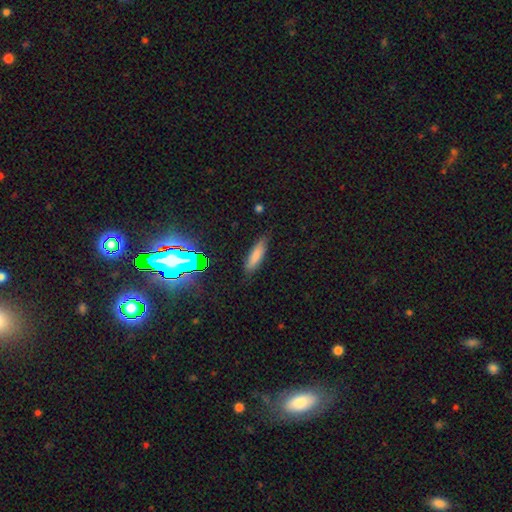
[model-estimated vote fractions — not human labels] smooth-or-featured: smooth: 77% | star or artifact: 12% | featured or disk: 11%
  how-rounded: cigar-shaped: 59% | in between: 39% | round: 2%
  merging: none: 80% | minor disturbance: 15% | major disturbance: 3% | merger: 1%